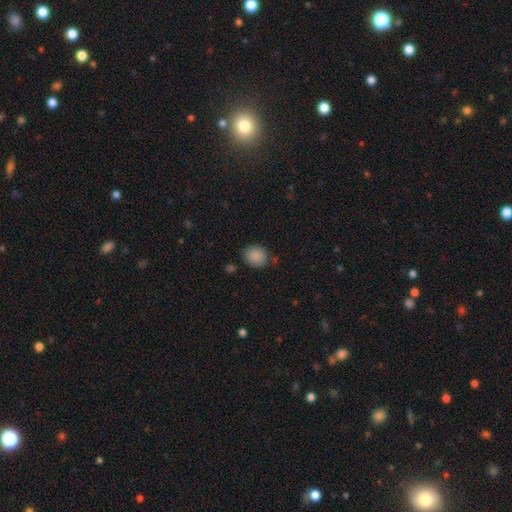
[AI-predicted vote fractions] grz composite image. It shows a smooth galaxy with no disk features (88%) that is round (74%). Merging: none (79%).